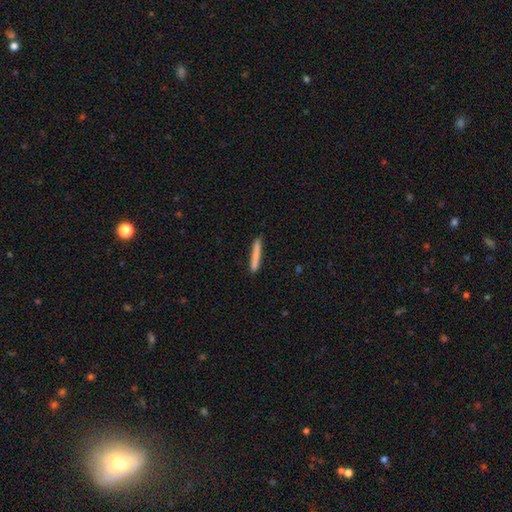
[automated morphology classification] Smooth or featured? Predicted: smooth (p=0.79). How rounded? Predicted: cigar-shaped (p=0.96). Merging? Predicted: none (p=0.88).